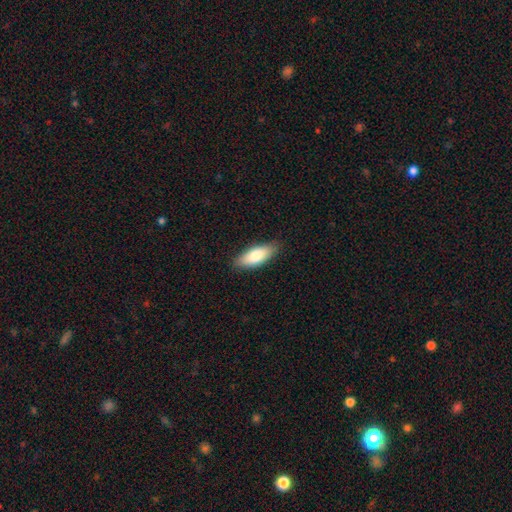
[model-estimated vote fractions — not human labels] smooth-or-featured: smooth: 79% | featured or disk: 15% | star or artifact: 6%
  how-rounded: in between: 76% | cigar-shaped: 22% | round: 2%
  merging: none: 86% | minor disturbance: 11% | major disturbance: 2% | merger: 1%